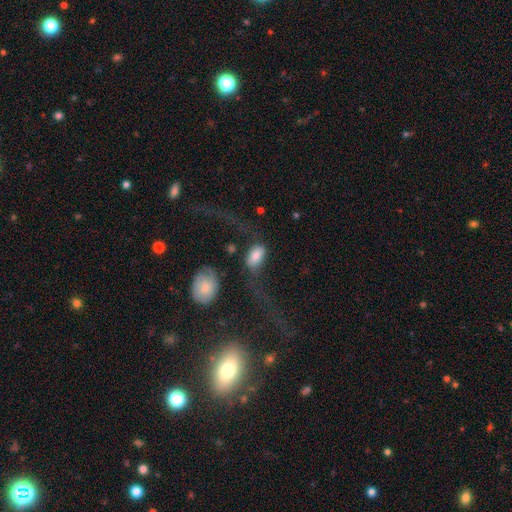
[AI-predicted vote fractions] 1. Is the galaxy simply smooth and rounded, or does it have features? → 70% smooth, 23% featured or disk, 8% star or artifact.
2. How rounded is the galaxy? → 91% in between, 6% round, 3% cigar-shaped.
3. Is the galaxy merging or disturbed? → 40% major disturbance, 30% none, 15% minor disturbance, 15% merger.